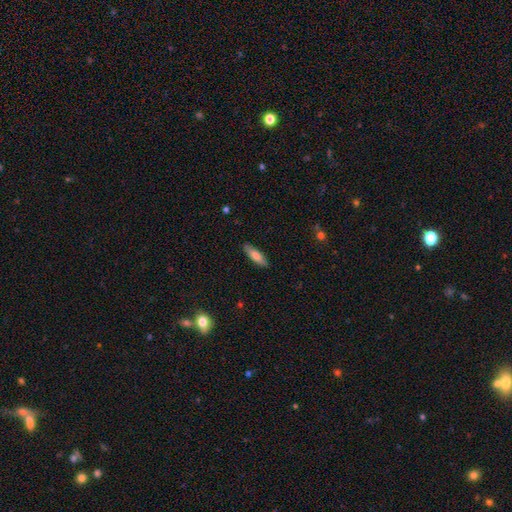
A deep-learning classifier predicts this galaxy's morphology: Smooth or featured?
  - smooth: 73% *
  - featured or disk: 21%
  - star or artifact: 6%
How rounded?
  - cigar-shaped: 50% *
  - in between: 48%
  - round: 2%
Merging?
  - none: 88% *
  - minor disturbance: 10%
  - major disturbance: 2%
  - merger: 1%